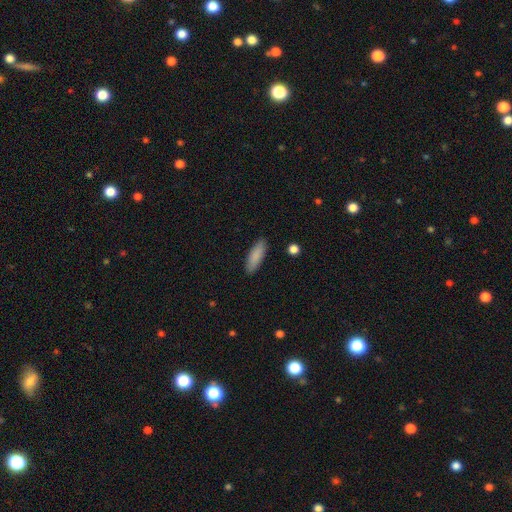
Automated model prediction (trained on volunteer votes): Smooth or featured: smooth — 87% (featured or disk — 7%)
How rounded: in between — 56% (cigar-shaped — 43%)
Merging: none — 89% (minor disturbance — 8%)